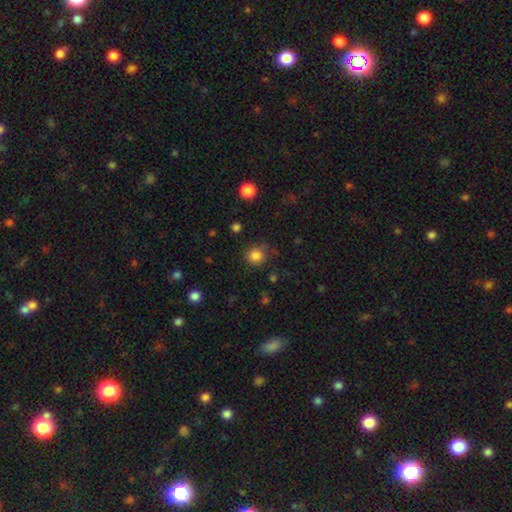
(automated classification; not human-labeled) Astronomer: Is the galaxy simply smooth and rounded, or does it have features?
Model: smooth — 83%.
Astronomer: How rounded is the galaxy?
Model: round — 90%.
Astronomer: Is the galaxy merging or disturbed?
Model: none — 79%.